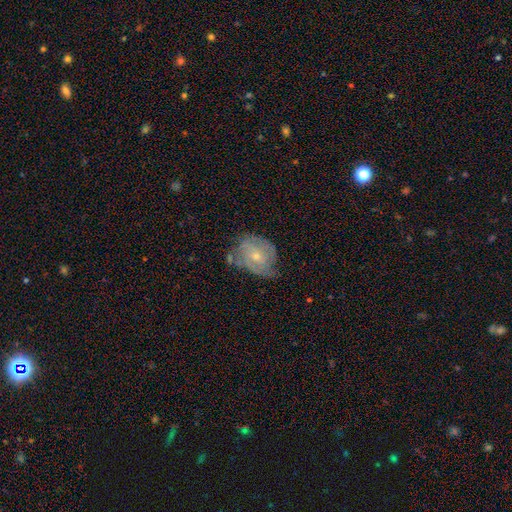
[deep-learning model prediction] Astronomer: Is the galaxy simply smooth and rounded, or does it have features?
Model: featured or disk — 66%.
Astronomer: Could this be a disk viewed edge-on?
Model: no — 97%.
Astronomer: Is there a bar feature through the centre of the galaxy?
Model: no — 59% (runner-up: weak, 35%).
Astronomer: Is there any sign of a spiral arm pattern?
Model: yes — 82%.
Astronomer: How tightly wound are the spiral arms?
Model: tight — 47% (runner-up: medium, 38%).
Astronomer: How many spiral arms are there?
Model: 2 — 36% (runner-up: can't tell, 35%).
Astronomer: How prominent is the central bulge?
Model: small — 58% (runner-up: moderate, 38%).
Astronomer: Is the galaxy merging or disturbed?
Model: none — 52% (runner-up: minor disturbance, 31%).